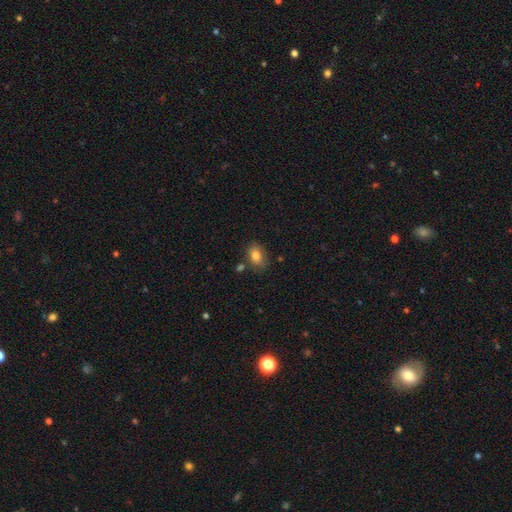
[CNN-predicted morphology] Overall: smooth (81%). How rounded: in between (81%). Merging: none (74%).